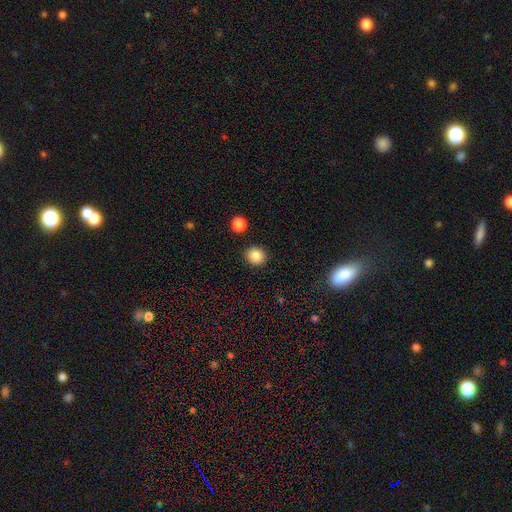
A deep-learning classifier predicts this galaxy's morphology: smooth_or_featured: smooth (p=0.85) [alt: star or artifact p=0.10]
how_rounded: round (p=0.84) [alt: in between p=0.16]
merging: none (p=0.90) [alt: minor disturbance p=0.06]